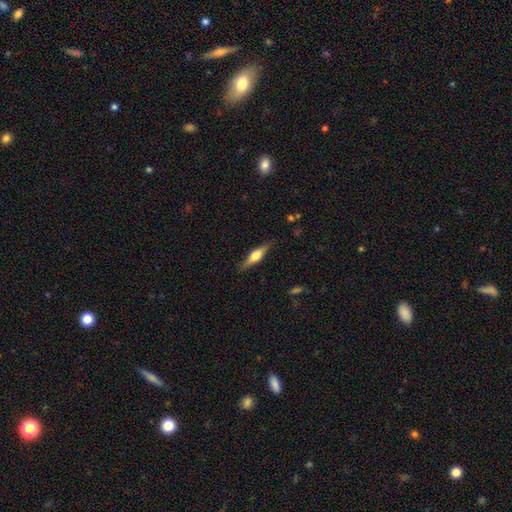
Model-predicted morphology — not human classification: smooth_or_featured: featured or disk (p=0.62) [alt: smooth p=0.32]
disk_edge_on: yes (p=0.96) [alt: no p=0.04]
edge_on_bulge: rounded (p=0.90) [alt: boxy p=0.08]
merging: none (p=0.86) [alt: minor disturbance p=0.10]